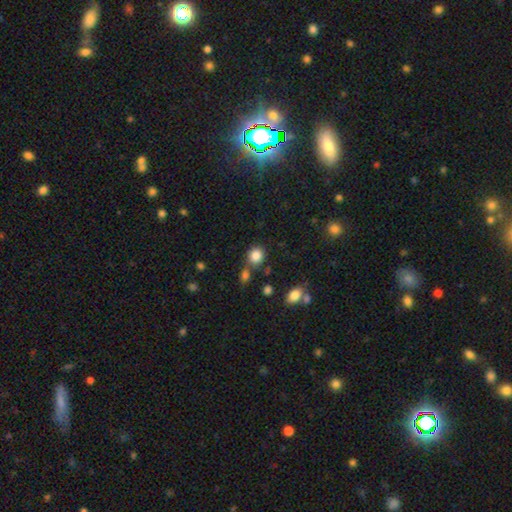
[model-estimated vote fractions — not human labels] Smooth or featured?
  - smooth: 85% *
  - star or artifact: 11%
  - featured or disk: 5%
How rounded?
  - round: 78% *
  - in between: 21%
  - cigar-shaped: 1%
Merging?
  - none: 69% *
  - merger: 14%
  - minor disturbance: 13%
  - major disturbance: 4%